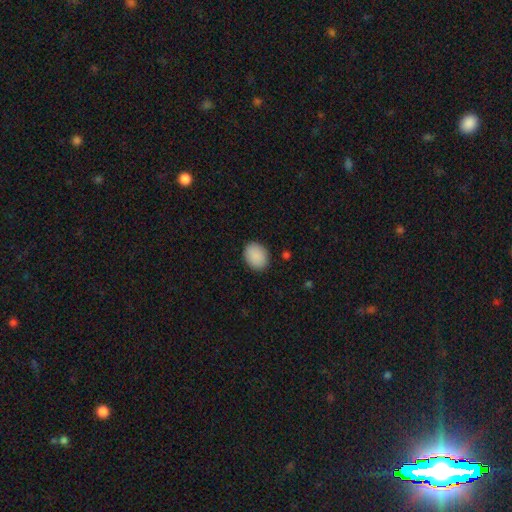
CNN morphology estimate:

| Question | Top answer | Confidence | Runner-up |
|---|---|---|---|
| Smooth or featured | smooth | 90% | star or artifact (7%) |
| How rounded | in between | 61% | round (38%) |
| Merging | none | 89% | minor disturbance (8%) |